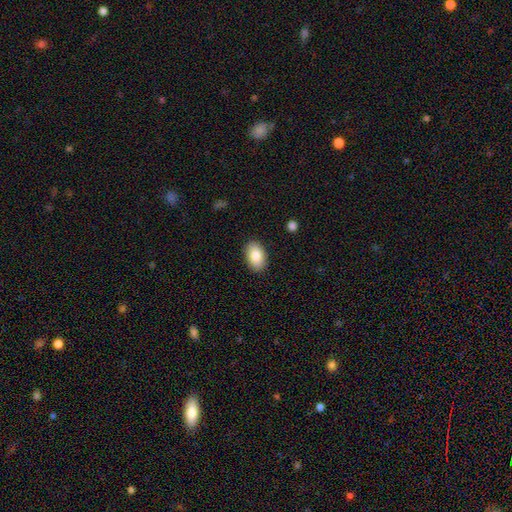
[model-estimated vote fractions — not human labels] Overall: smooth (84%). How rounded: in between (91%). Merging: none (89%).